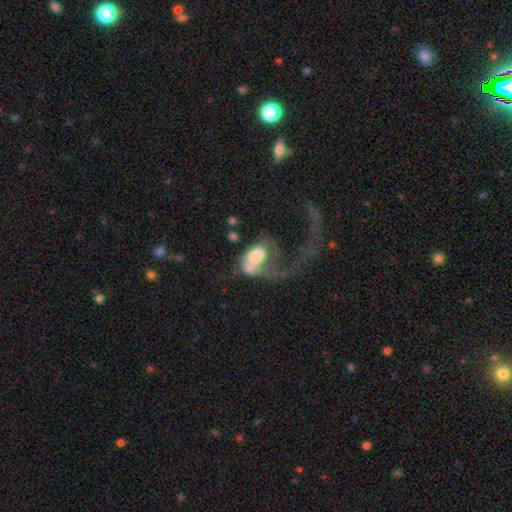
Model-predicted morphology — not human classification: Smooth or featured: featured or disk — 47% (smooth — 44%)
Merging: major disturbance — 54% (merger — 27%)